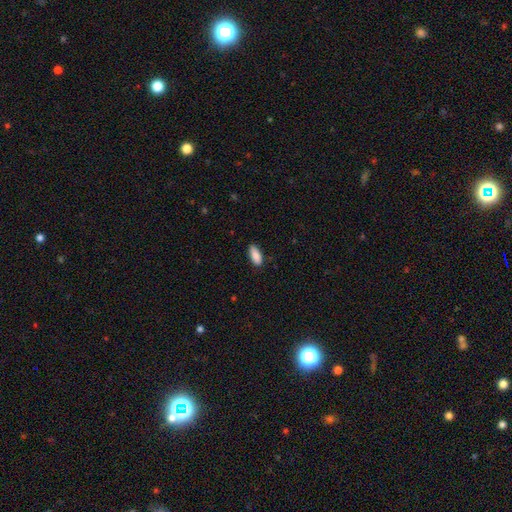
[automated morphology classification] Q: Smooth or featured?
A: smooth (89%); runner-up: star or artifact (6%)
Q: How rounded?
A: in between (84%); runner-up: cigar-shaped (14%)
Q: Merging?
A: none (85%); runner-up: minor disturbance (12%)